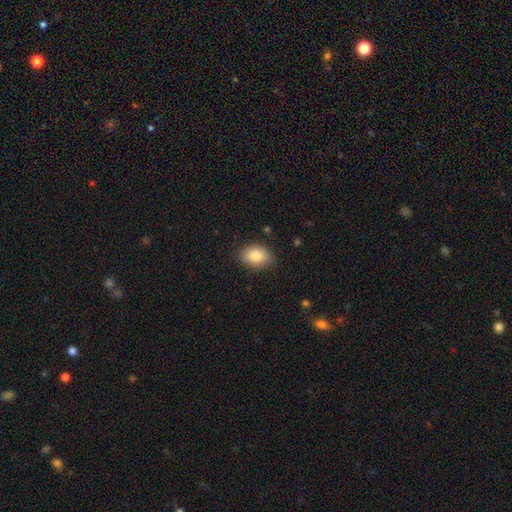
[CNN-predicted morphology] Q: Smooth or featured?
A: smooth (84%); runner-up: featured or disk (8%)
Q: How rounded?
A: in between (82%); runner-up: round (17%)
Q: Merging?
A: none (86%); runner-up: minor disturbance (10%)